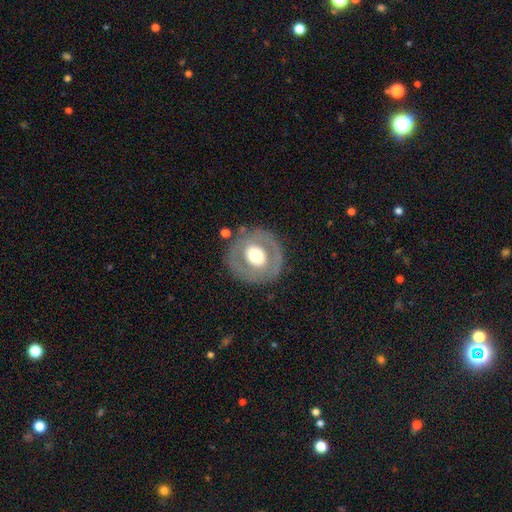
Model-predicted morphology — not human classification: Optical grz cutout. It shows a featured or disk galaxy (52%). Merging: none (80%).